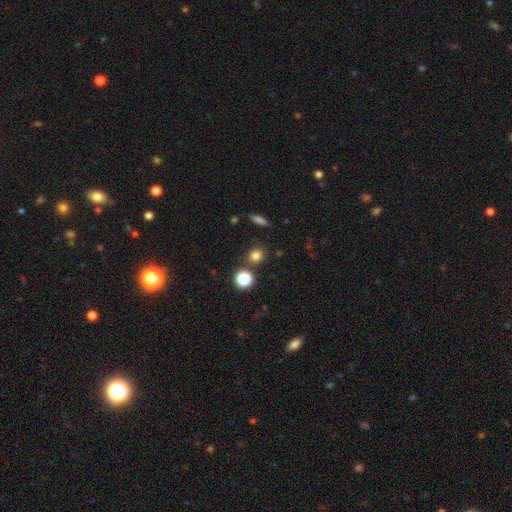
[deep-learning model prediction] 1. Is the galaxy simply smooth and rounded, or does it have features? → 78% smooth, 16% star or artifact, 5% featured or disk.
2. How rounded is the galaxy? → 83% round, 16% in between, 1% cigar-shaped.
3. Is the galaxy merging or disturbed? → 82% none, 8% minor disturbance, 7% merger, 3% major disturbance.